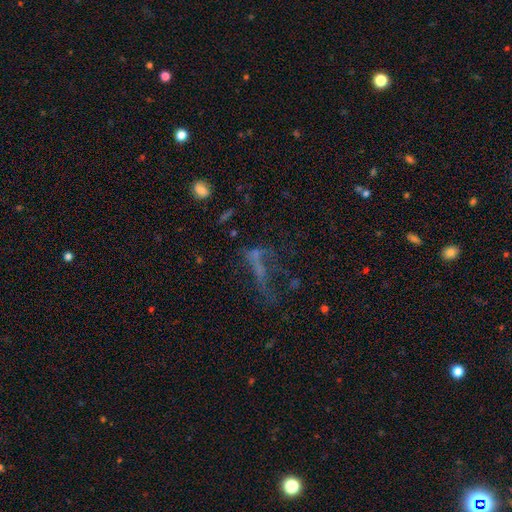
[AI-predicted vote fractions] Smooth or featured?
  - featured or disk: 38% *
  - star or artifact: 31%
  - smooth: 31%
Merging?
  - major disturbance: 37% *
  - none: 36%
  - minor disturbance: 14%
  - merger: 13%